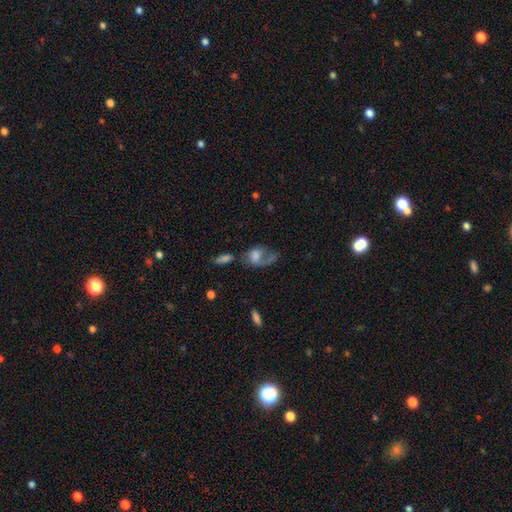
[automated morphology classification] featured or disk 45%, smooth 44%, star or artifact 11%. Down the decision tree: merging — major disturbance (39%).